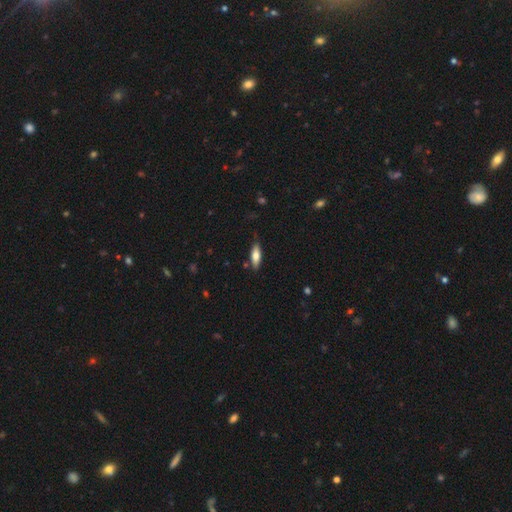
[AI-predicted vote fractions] This is likely a smooth galaxy (71%). How rounded: likely in between (61%). Merging: clearly none (81%).